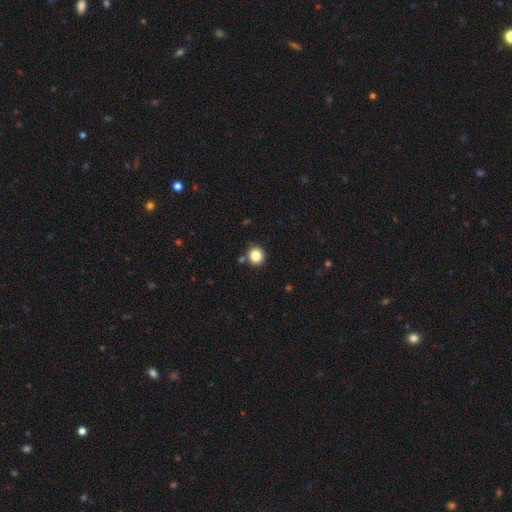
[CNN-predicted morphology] smooth 84%, star or artifact 11%, featured or disk 6%. Down the decision tree: how rounded — round (88%); merging — none (84%).